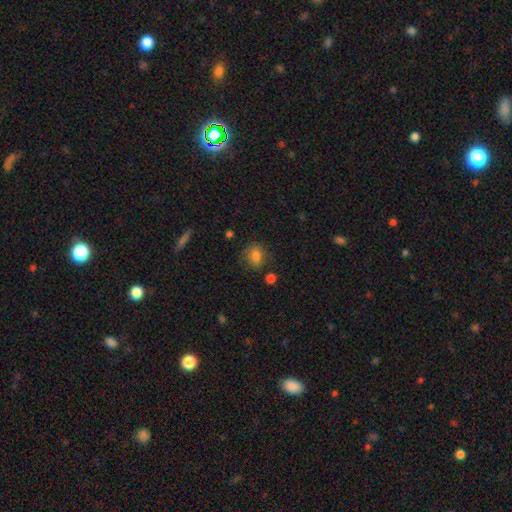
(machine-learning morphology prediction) Q: Smooth or featured?
A: smooth (81%); runner-up: star or artifact (11%)
Q: How rounded?
A: in between (62%); runner-up: round (37%)
Q: Merging?
A: none (72%); runner-up: minor disturbance (19%)